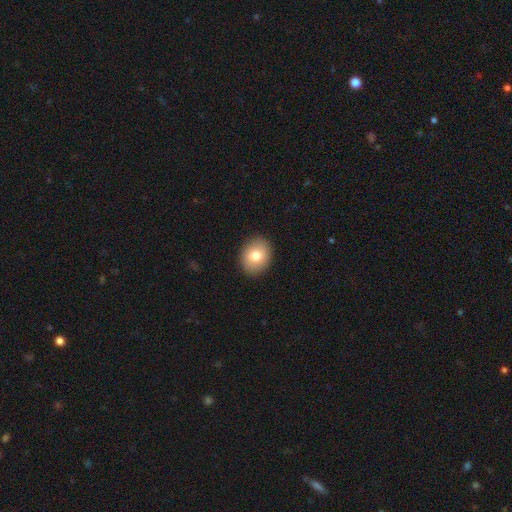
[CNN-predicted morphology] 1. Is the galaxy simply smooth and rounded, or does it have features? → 79% smooth, 13% featured or disk, 8% star or artifact.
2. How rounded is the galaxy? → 54% round, 45% in between, 1% cigar-shaped.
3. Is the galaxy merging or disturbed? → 90% none, 7% minor disturbance, 2% major disturbance, 1% merger.